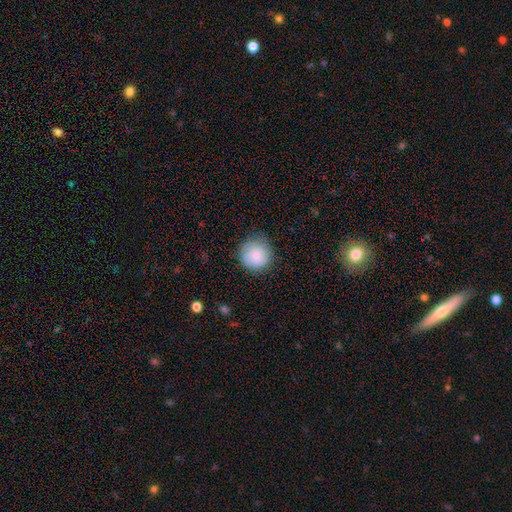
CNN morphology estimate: Overall: smooth (83%). How rounded: round (94%). Merging: none (80%).